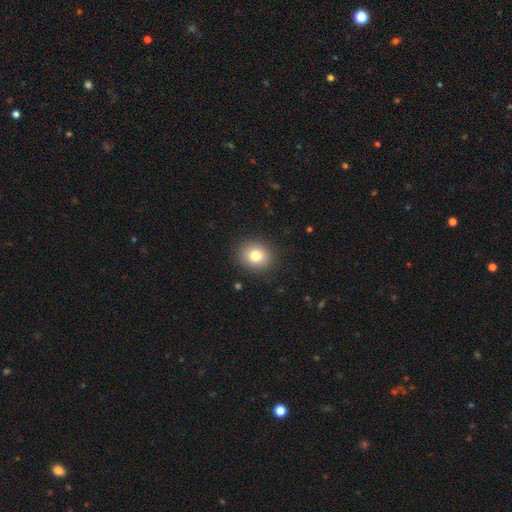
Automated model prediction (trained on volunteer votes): Morphology: type=smooth (81%); roundness=round (75%); merging=none (89%).